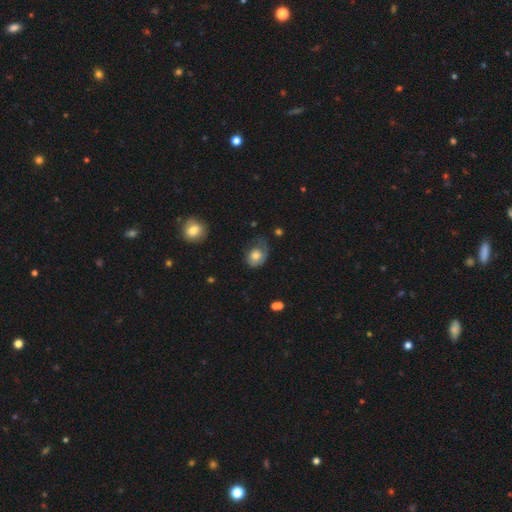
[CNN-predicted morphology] A smooth galaxy with no disk features (60%) that is in between round and cigar-shaped (54%).

Vote fractions:
- Smooth or featured? smooth: 60% / featured or disk: 33% / star or artifact: 8%
- How rounded? in between: 54% / round: 45% / cigar-shaped: 1%
- Merging? none: 37% / major disturbance: 31% / minor disturbance: 29% / merger: 2%